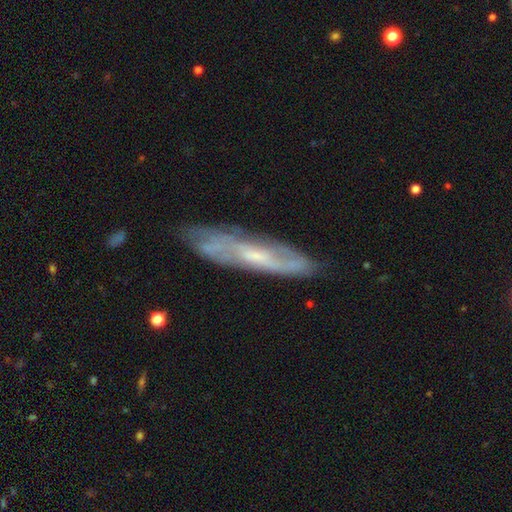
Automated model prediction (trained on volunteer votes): featured or disk 69%, smooth 24%, star or artifact 7%. Down the decision tree: edge-on disk — no (55%); merging — none (74%).